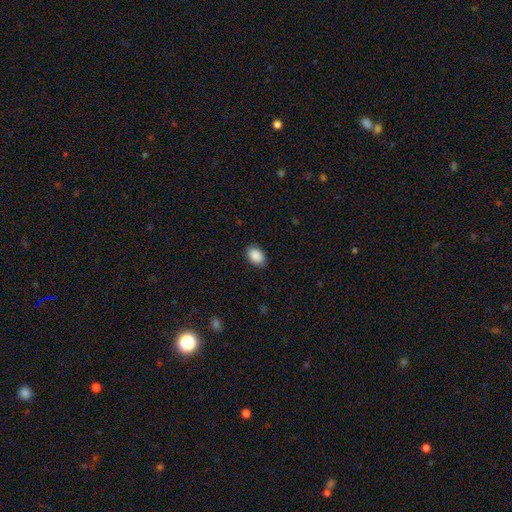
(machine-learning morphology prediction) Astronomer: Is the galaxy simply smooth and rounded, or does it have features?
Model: smooth — 90%.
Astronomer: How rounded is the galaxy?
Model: in between — 84%.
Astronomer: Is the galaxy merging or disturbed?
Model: none — 87%.